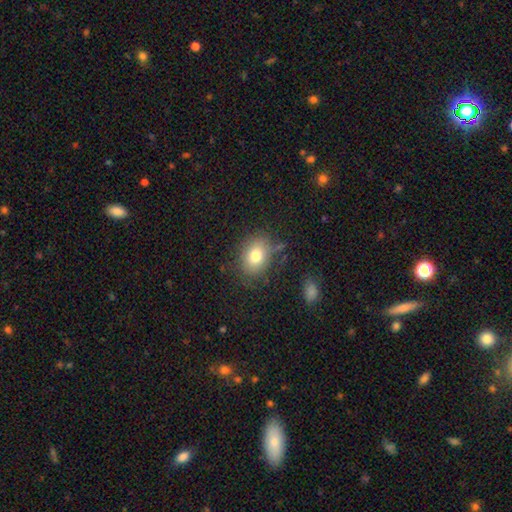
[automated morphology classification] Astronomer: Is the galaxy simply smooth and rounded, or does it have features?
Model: smooth — 77%.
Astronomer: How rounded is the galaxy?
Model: in between — 55% (runner-up: round, 44%).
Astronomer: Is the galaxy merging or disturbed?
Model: none — 76%.